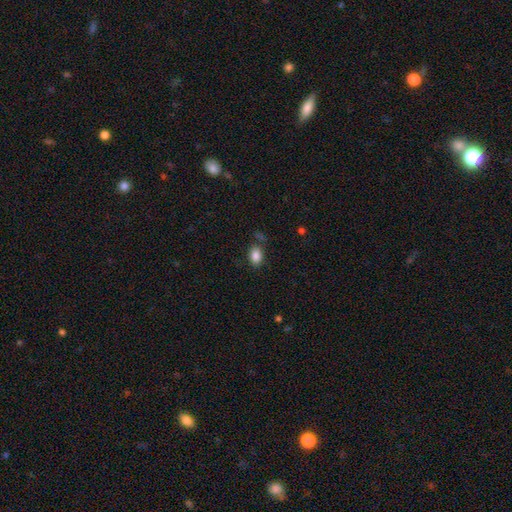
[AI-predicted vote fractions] This appears to be a smooth galaxy with no disk features (86%) that is in between round and cigar-shaped (75%). Merging: none (78%).